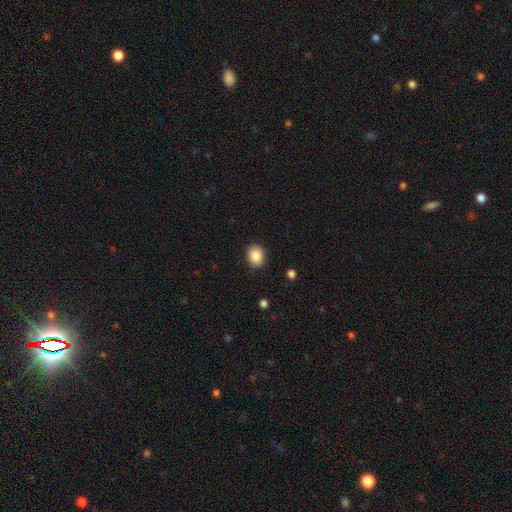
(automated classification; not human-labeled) Smooth or featured? Predicted: smooth (p=0.88). How rounded? Predicted: round (p=0.50). Merging? Predicted: none (p=0.89).